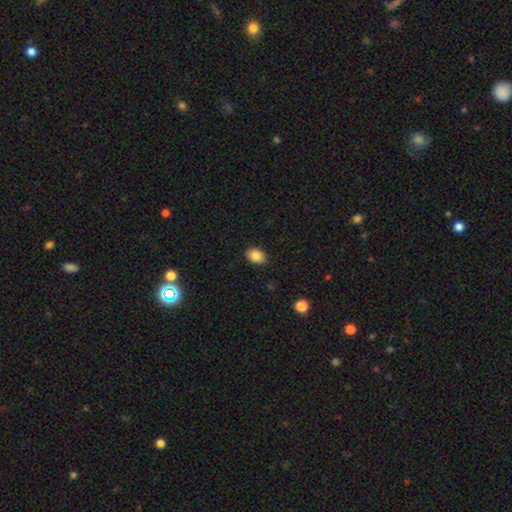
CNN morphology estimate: smooth_or_featured: smooth (p=0.84) [alt: star or artifact p=0.09]
how_rounded: in between (p=0.76) [alt: round p=0.23]
merging: none (p=0.89) [alt: minor disturbance p=0.08]